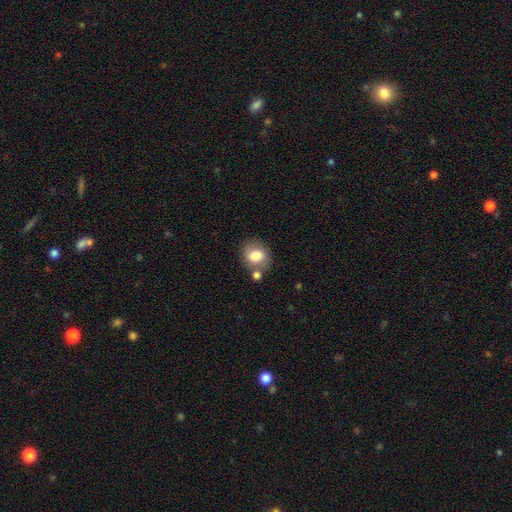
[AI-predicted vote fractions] A smooth galaxy with no disk features (78%) that is round (66%). Merging: none (65%).